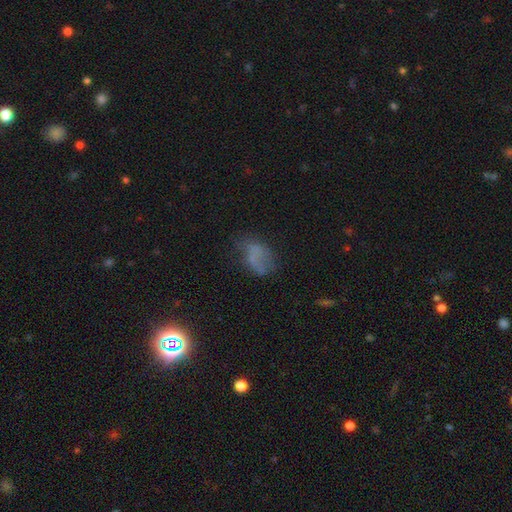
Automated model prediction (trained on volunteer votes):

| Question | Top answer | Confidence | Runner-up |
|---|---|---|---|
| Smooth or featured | smooth | 51% | featured or disk (30%) |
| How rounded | in between | 81% | round (16%) |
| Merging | none | 47% | minor disturbance (27%) |